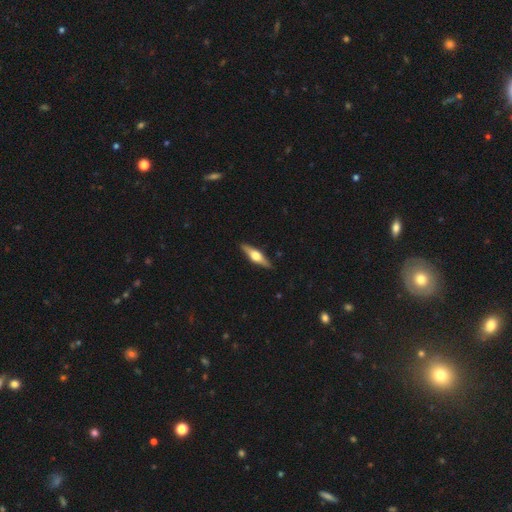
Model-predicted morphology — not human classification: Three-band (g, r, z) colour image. It shows a featured or disk galaxy (62%) viewed edge-on (96%) with a rounded central bulge (93%). Merging: none (90%).